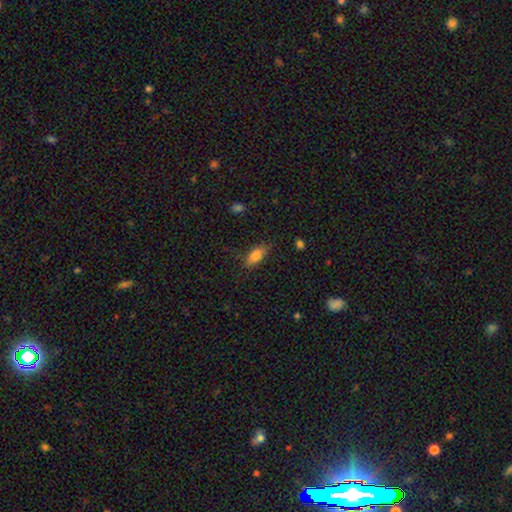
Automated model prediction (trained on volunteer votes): Morphology: type=smooth (80%); roundness=in between (80%); merging=none (76%).